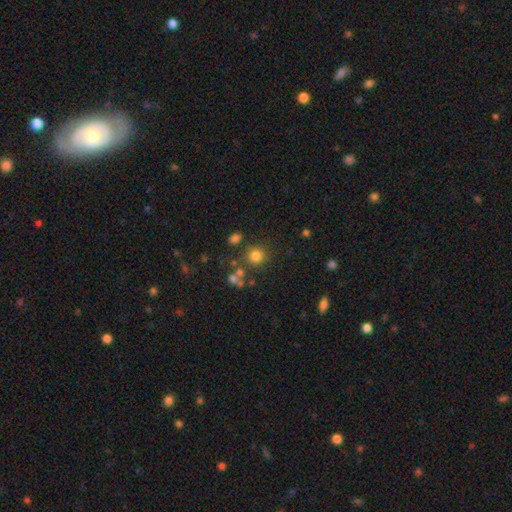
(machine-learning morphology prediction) smooth_or_featured: smooth (p=0.77) [alt: star or artifact p=0.15]
how_rounded: round (p=0.90) [alt: in between p=0.10]
merging: none (p=0.76) [alt: merger p=0.10]